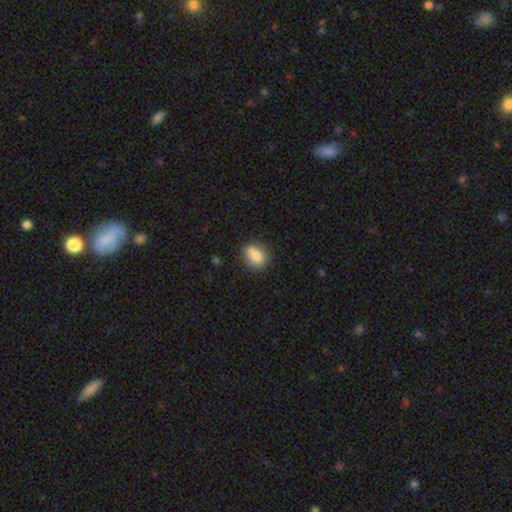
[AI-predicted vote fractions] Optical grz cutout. It shows a smooth galaxy with no disk features (75%) that is round (61%). Merging: none (51%).